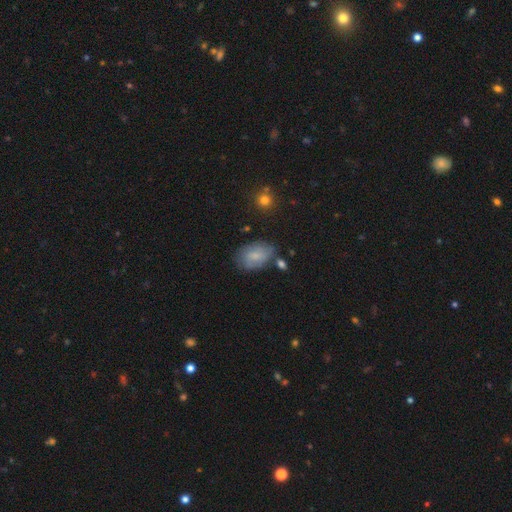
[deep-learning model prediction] smooth 59%, featured or disk 33%, star or artifact 9%. Down the decision tree: how rounded — in between (85%); merging — none (64%).